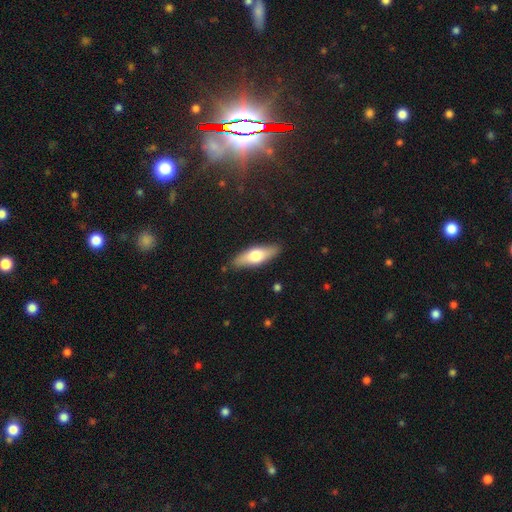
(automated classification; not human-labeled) Overall: smooth (58%; featured or disk 36%). How rounded: in between (56%; cigar-shaped 42%). Merging: none (86%).